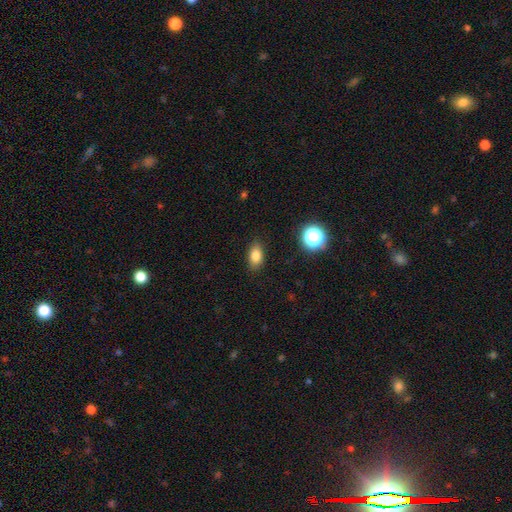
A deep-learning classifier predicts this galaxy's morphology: This appears to be a smooth galaxy with no disk features (81%) that is in between round and cigar-shaped (85%). Merging: none (86%).